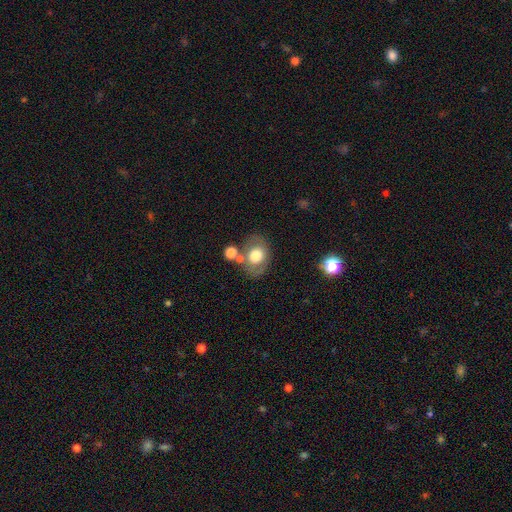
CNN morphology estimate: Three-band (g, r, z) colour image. It shows a smooth galaxy with no disk features (66%) that is in between round and cigar-shaped (57%). Merging: none (63%).